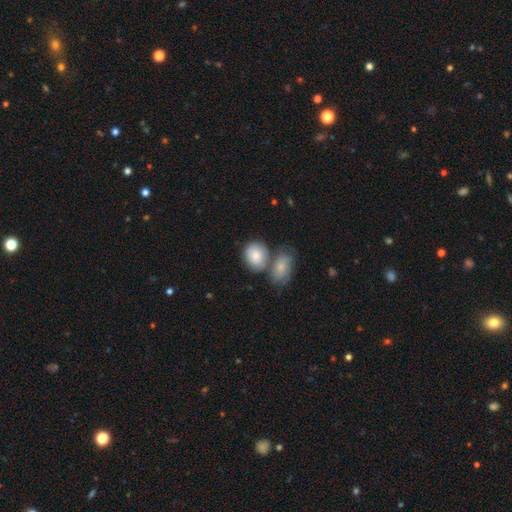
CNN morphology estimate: smooth 80%, featured or disk 14%, star or artifact 6%. Down the decision tree: how rounded — round (50%); merging — none (42%).